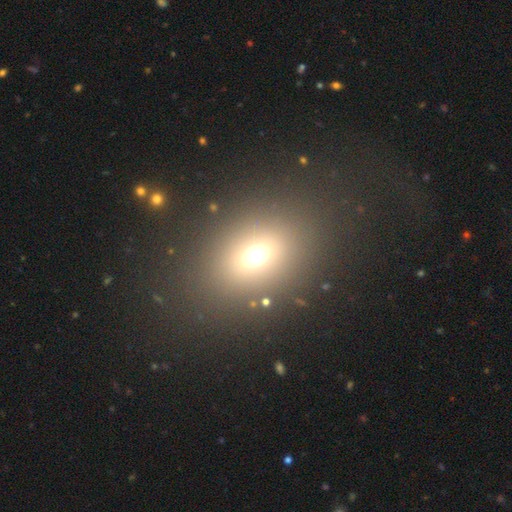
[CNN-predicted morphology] Smooth or featured?
  - smooth: 66% *
  - star or artifact: 22%
  - featured or disk: 12%
How rounded?
  - in between: 54% *
  - round: 45%
  - cigar-shaped: 2%
Merging?
  - none: 83% *
  - minor disturbance: 8%
  - major disturbance: 6%
  - merger: 3%